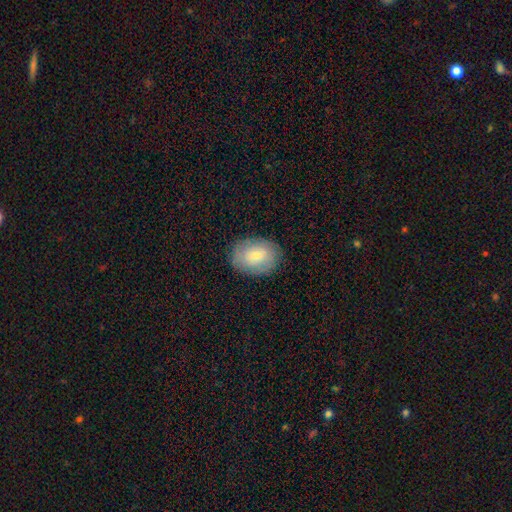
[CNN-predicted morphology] Smooth or featured? Predicted: smooth (p=0.71). How rounded? Predicted: in between (p=0.76). Merging? Predicted: none (p=0.84).